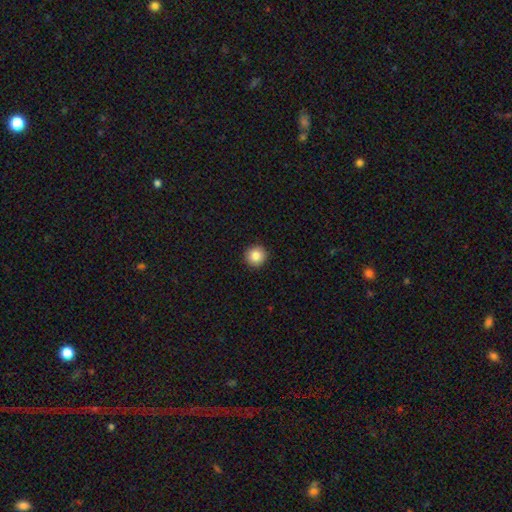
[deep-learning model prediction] smooth-or-featured: smooth: 85% | star or artifact: 9% | featured or disk: 6%
  how-rounded: round: 95% | in between: 4% | cigar-shaped: 1%
  merging: none: 93% | minor disturbance: 4% | major disturbance: 1% | merger: 1%